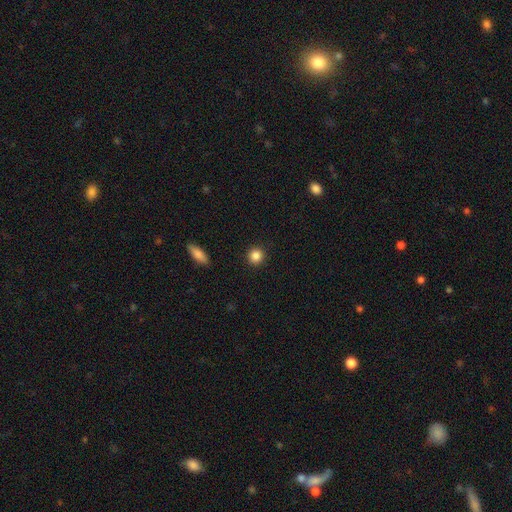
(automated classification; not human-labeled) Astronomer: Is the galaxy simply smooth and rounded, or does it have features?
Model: smooth — 86%.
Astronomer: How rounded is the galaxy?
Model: round — 93%.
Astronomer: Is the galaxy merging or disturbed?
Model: none — 92%.